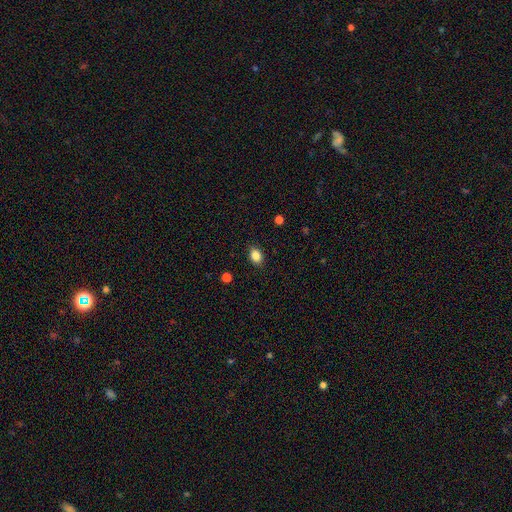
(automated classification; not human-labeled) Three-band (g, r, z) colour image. It shows a smooth galaxy with no disk features (85%) that is in between round and cigar-shaped (75%). Merging: none (87%).